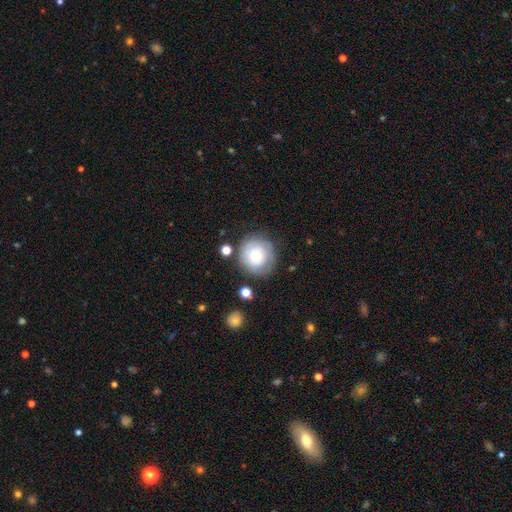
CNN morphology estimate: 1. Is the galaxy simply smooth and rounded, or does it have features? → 46% smooth, 45% featured or disk, 8% star or artifact.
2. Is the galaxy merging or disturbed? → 74% none, 16% minor disturbance, 7% major disturbance, 3% merger.